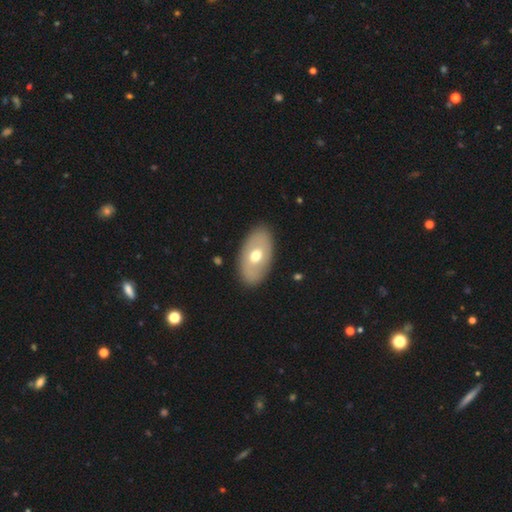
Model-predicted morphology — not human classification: Smooth or featured? Predicted: smooth (p=0.56). How rounded? Predicted: in between (p=0.92). Merging? Predicted: none (p=0.86).